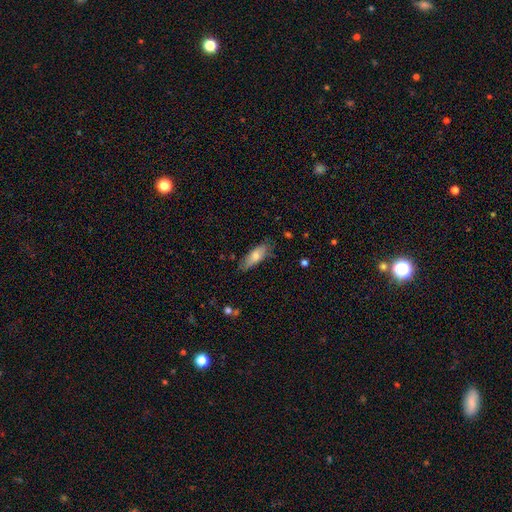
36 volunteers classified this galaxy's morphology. Volunteers were most divided on "smooth or featured": smooth: 72%, featured or disk: 25%, star or artifact: 3%. More confident: merging — none (80%); how rounded — in between (77%).